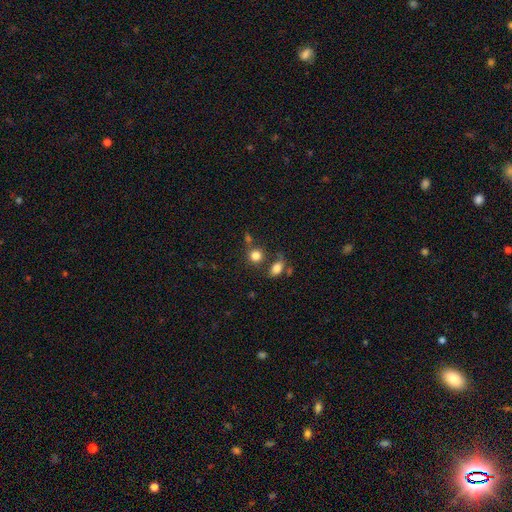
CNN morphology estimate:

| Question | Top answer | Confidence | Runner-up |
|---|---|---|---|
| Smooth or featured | smooth | 81% | star or artifact (12%) |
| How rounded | round | 79% | in between (20%) |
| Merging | none | 66% | merger (17%) |